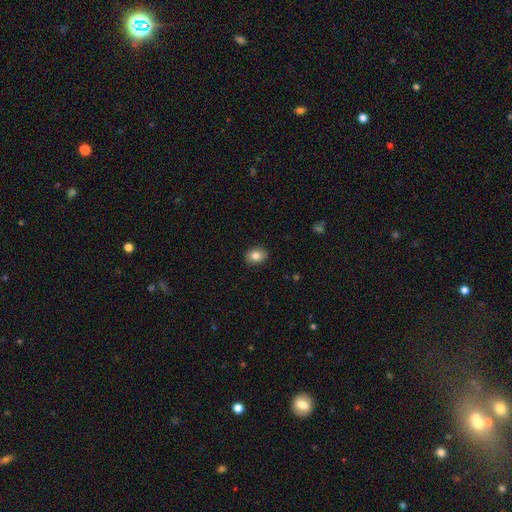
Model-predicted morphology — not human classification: Smooth or featured? smooth (83%)
How rounded? in between (58%)
Merging? none (89%)